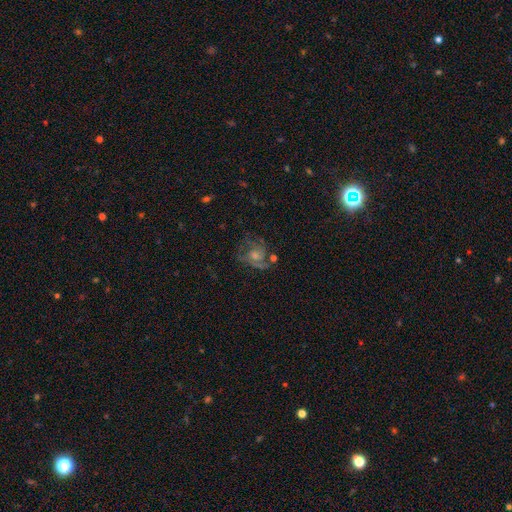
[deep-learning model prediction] This is likely a featured or disk galaxy (66%). It is clearly not viewed edge-on (98%). Bar: likely no (76%). Spiral arm pattern: likely yes (77%). Central bulge: possibly moderate (46%). Merging: possibly none (48%).